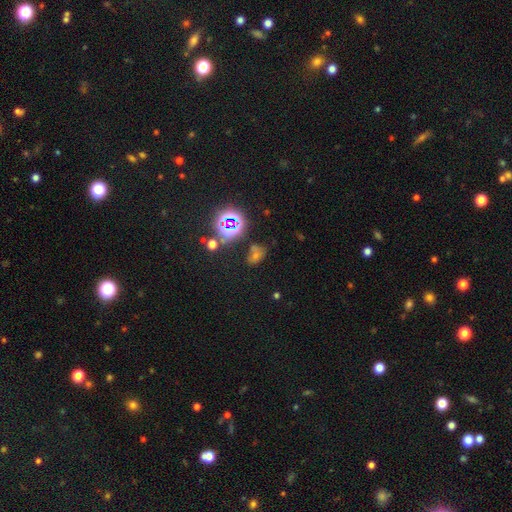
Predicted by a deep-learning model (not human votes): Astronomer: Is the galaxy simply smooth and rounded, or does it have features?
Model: star or artifact — 47% (runner-up: smooth, 38%).